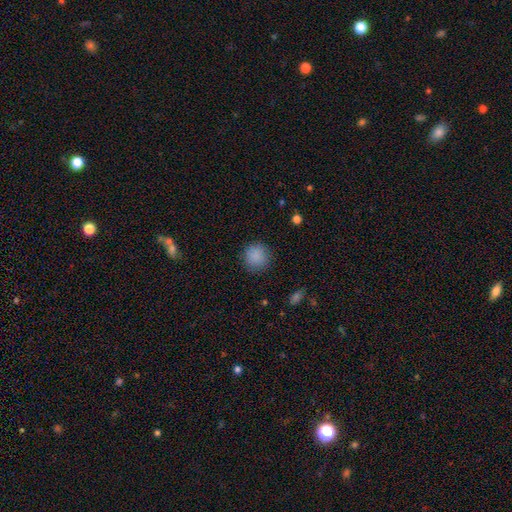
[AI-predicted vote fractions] This appears to be a smooth galaxy with no disk features (87%) that is round (92%). Merging: none (87%).